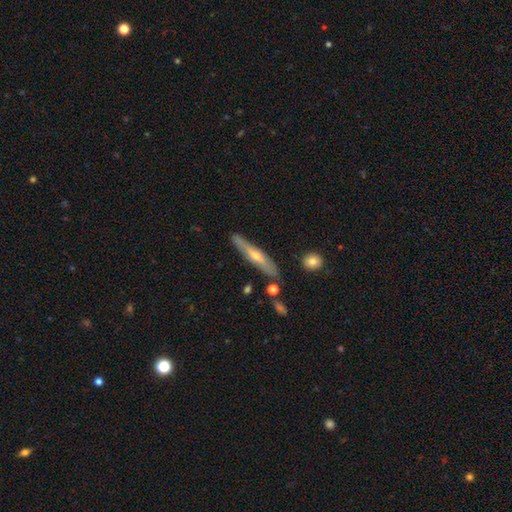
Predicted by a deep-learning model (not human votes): Smooth or featured? featured or disk (60%)
Edge-on disk? yes (87%)
Edge-on bulge? rounded (77%)
Merging? none (83%)